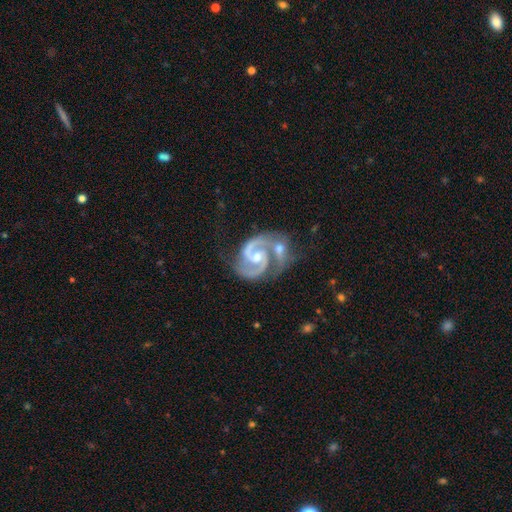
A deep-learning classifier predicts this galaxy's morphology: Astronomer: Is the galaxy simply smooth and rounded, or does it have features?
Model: featured or disk — 93%.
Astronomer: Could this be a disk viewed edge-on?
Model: no — 98%.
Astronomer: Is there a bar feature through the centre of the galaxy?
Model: weak — 43% (runner-up: no, 42%).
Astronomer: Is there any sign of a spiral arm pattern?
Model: yes — 99%.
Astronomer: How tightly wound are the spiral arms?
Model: medium — 61%.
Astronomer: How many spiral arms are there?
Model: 2 — 93%.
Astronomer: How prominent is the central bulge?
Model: moderate — 59% (runner-up: small, 35%).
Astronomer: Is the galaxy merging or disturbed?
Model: merger — 41% (runner-up: none, 37%).